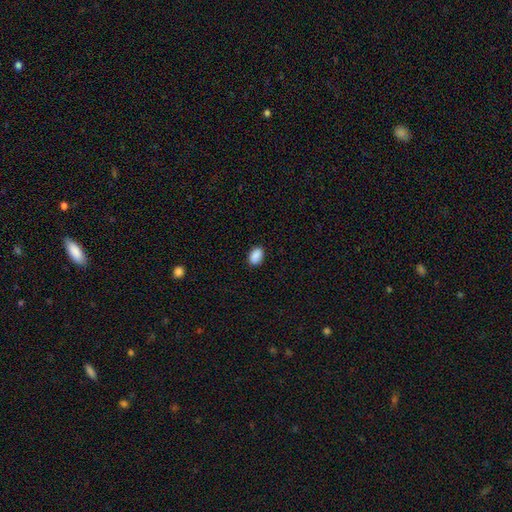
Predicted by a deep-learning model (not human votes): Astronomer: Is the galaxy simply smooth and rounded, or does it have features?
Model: smooth — 90%.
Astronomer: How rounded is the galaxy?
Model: in between — 87%.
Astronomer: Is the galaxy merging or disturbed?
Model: none — 89%.